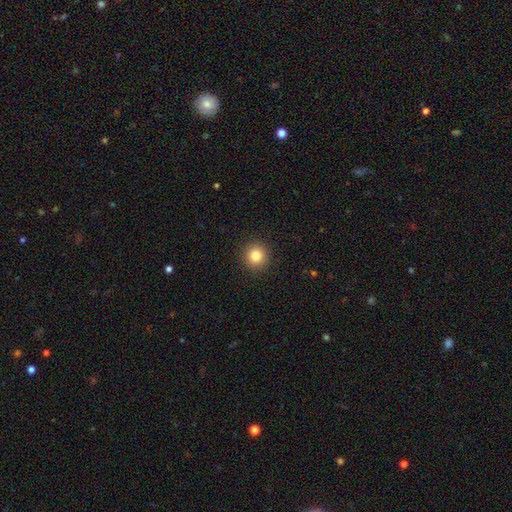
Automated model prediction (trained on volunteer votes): smooth_or_featured: smooth (p=0.83) [alt: star or artifact p=0.11]
how_rounded: round (p=0.93) [alt: in between p=0.06]
merging: none (p=0.92) [alt: minor disturbance p=0.05]